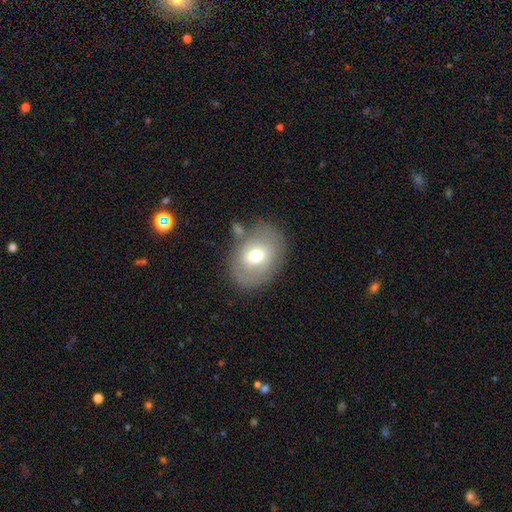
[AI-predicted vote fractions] Smooth or featured? Predicted: smooth (p=0.57). How rounded? Predicted: in between (p=0.65). Merging? Predicted: none (p=0.71).